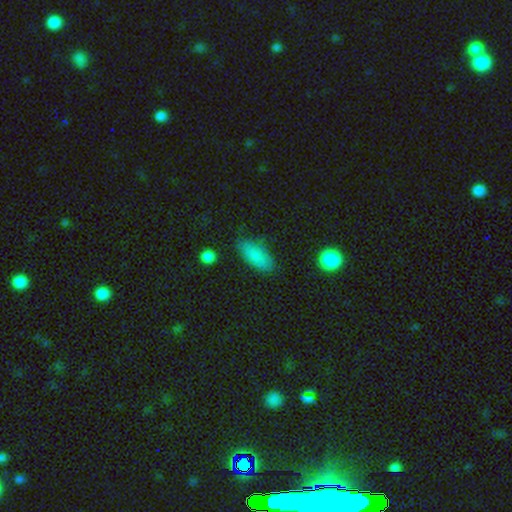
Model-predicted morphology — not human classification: Smooth or featured?
  - smooth: 86% *
  - star or artifact: 8%
  - featured or disk: 6%
How rounded?
  - in between: 83% *
  - cigar-shaped: 15%
  - round: 3%
Merging?
  - none: 79% *
  - minor disturbance: 15%
  - major disturbance: 4%
  - merger: 2%